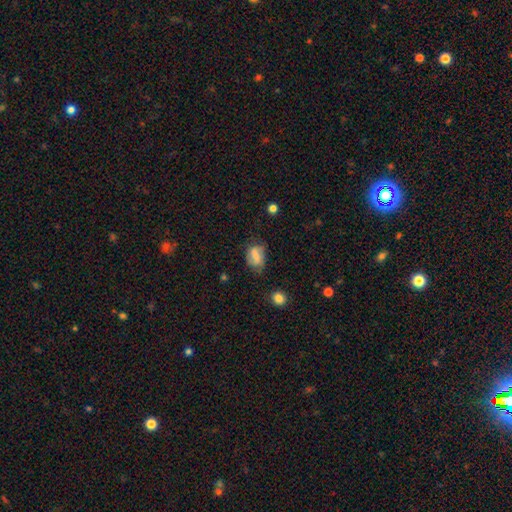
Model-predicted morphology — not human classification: smooth 57%, featured or disk 33%, star or artifact 10%. Down the decision tree: how rounded — in between (74%); merging — none (58%).